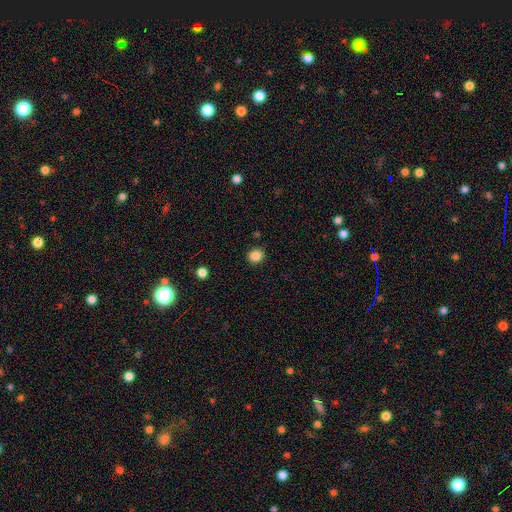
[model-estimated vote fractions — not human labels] A smooth galaxy with no disk features (86%) that is round (79%).

Vote fractions:
- Smooth or featured? smooth: 86% / star or artifact: 11% / featured or disk: 3%
- How rounded? round: 79% / in between: 20% / cigar-shaped: 1%
- Merging? none: 90% / minor disturbance: 7% / major disturbance: 2% / merger: 1%